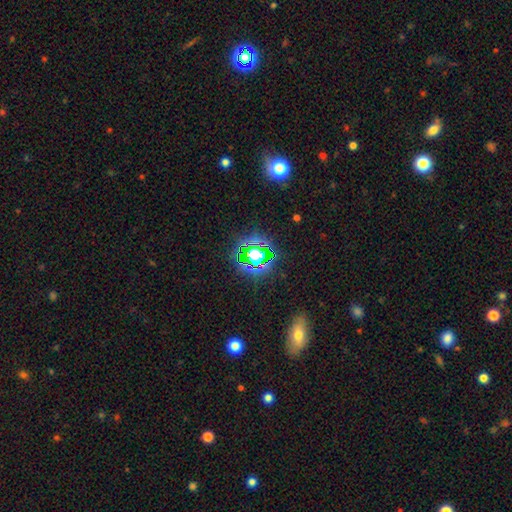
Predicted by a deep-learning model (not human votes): A star or artifact, not a galaxy (62%).